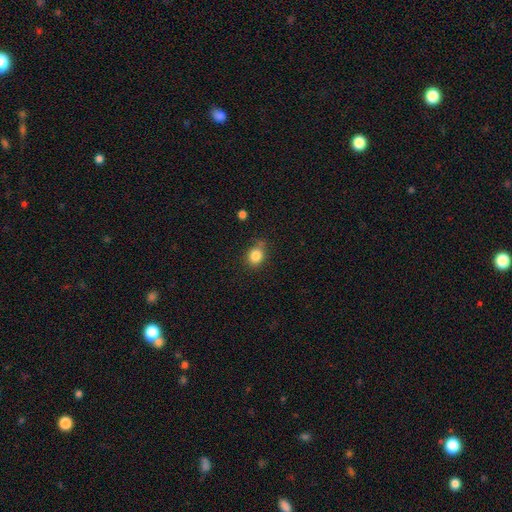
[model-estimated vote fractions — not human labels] Smooth or featured? smooth (84%)
How rounded? round (68%)
Merging? none (70%)